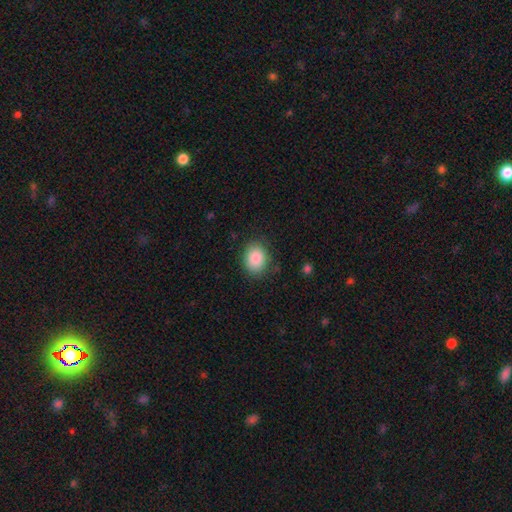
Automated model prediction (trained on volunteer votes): Smooth or featured: smooth — 87% (star or artifact — 8%)
How rounded: in between — 58% (round — 41%)
Merging: none — 83% (minor disturbance — 12%)